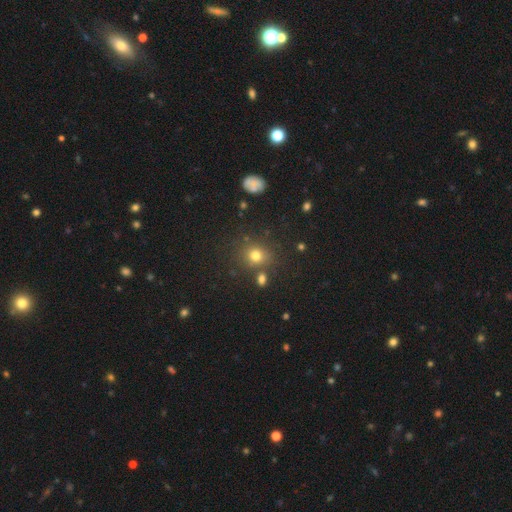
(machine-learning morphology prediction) A smooth galaxy with no disk features (74%) that is round (76%).

Vote fractions:
- Smooth or featured? smooth: 74% / star or artifact: 18% / featured or disk: 9%
- How rounded? round: 76% / in between: 23% / cigar-shaped: 1%
- Merging? none: 76% / minor disturbance: 11% / merger: 9% / major disturbance: 4%